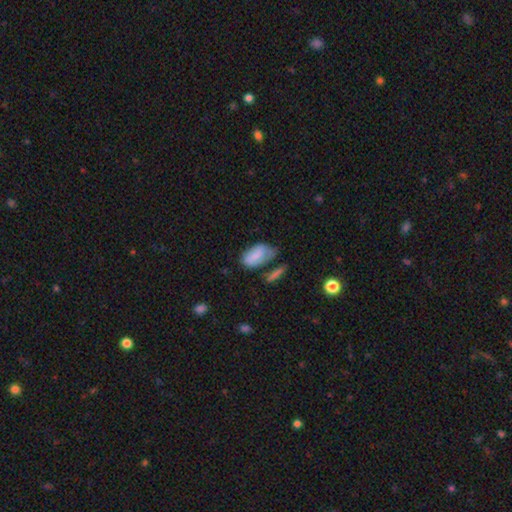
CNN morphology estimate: Q: Smooth or featured?
A: smooth (79%); runner-up: featured or disk (13%)
Q: How rounded?
A: in between (92%); runner-up: cigar-shaped (4%)
Q: Merging?
A: none (43%); runner-up: minor disturbance (30%)